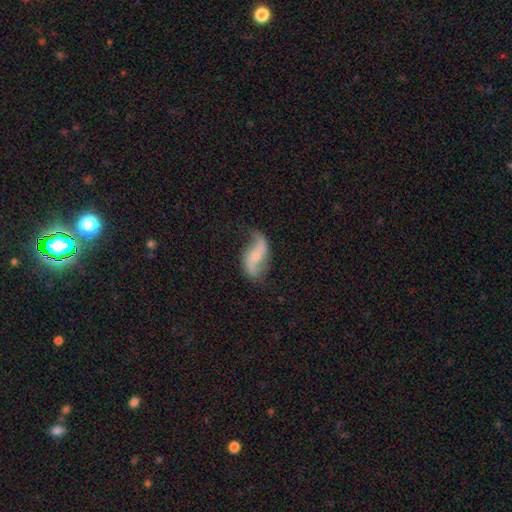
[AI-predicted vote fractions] Smooth or featured? Predicted: featured or disk (p=0.80). Edge-on disk? Predicted: no (p=0.96). Bar? Predicted: no (p=0.42). Spiral arms? Predicted: yes (p=0.94). Spiral winding? Predicted: loose (p=0.86). Spiral arm count? Predicted: 2 (p=0.90). Bulge size? Predicted: small (p=0.52). Merging? Predicted: none (p=0.66).